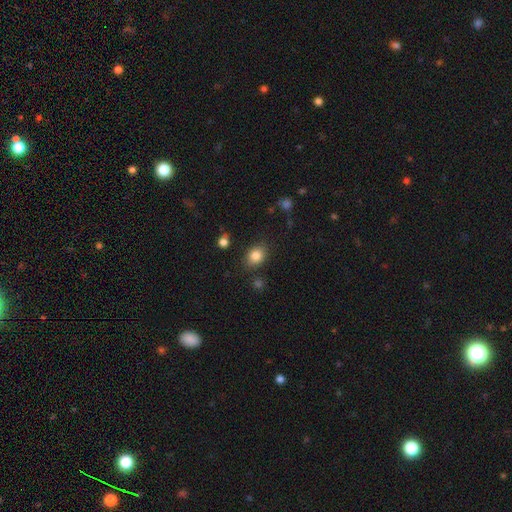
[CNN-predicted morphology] Smooth or featured? smooth (83%)
How rounded? in between (55%)
Merging? none (81%)